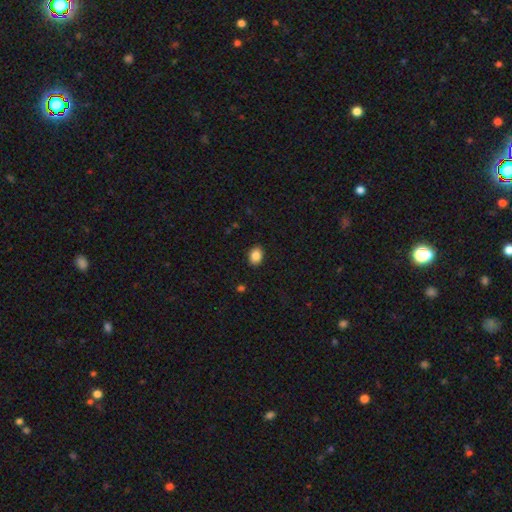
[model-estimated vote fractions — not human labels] Smooth or featured? smooth (87%)
How rounded? in between (73%)
Merging? none (89%)